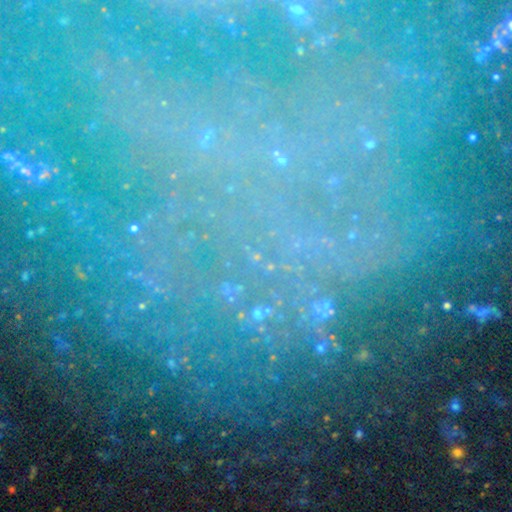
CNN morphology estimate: Smooth or featured? Predicted: star or artifact (p=0.63).